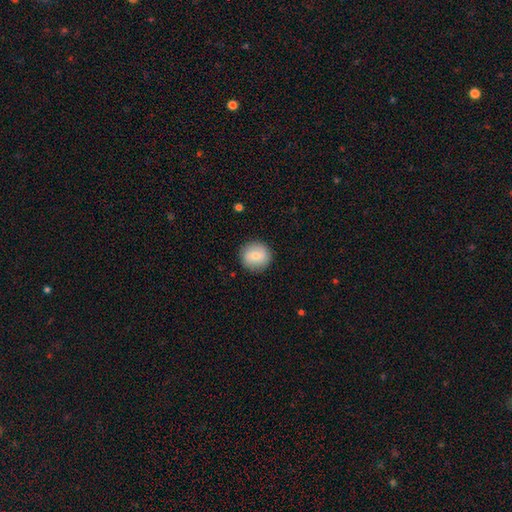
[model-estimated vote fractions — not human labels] Smooth or featured?
  - smooth: 77% *
  - featured or disk: 15%
  - star or artifact: 7%
How rounded?
  - round: 93% *
  - in between: 6%
  - cigar-shaped: 1%
Merging?
  - none: 90% *
  - minor disturbance: 7%
  - major disturbance: 2%
  - merger: 1%